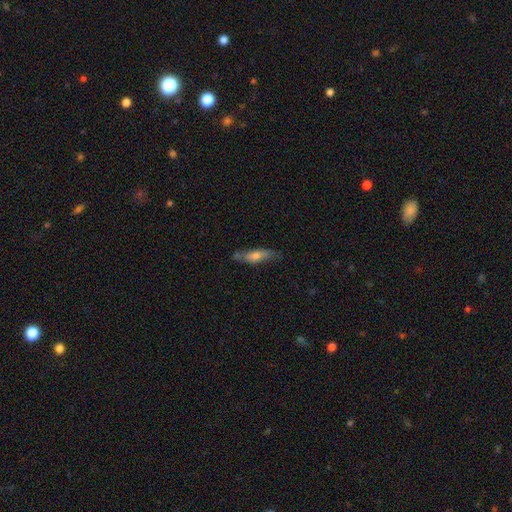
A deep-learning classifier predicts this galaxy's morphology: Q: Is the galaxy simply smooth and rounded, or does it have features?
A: smooth — 58%.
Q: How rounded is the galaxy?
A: cigar-shaped — 65%.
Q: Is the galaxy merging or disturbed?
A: none — 67%.